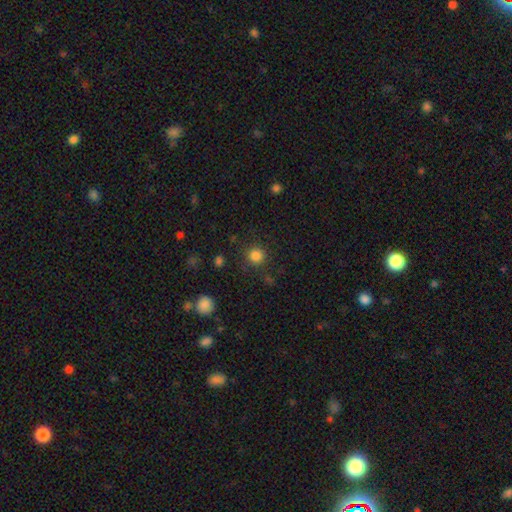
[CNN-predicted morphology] type=smooth (83%); roundness=round (94%); merging=none (87%).